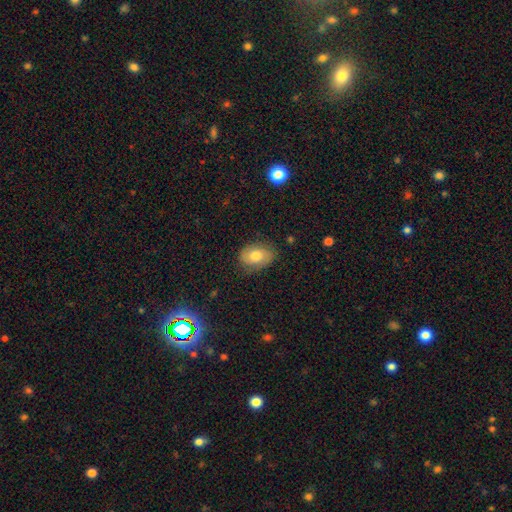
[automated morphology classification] Smooth or featured? smooth (64%)
How rounded? in between (80%)
Merging? none (78%)